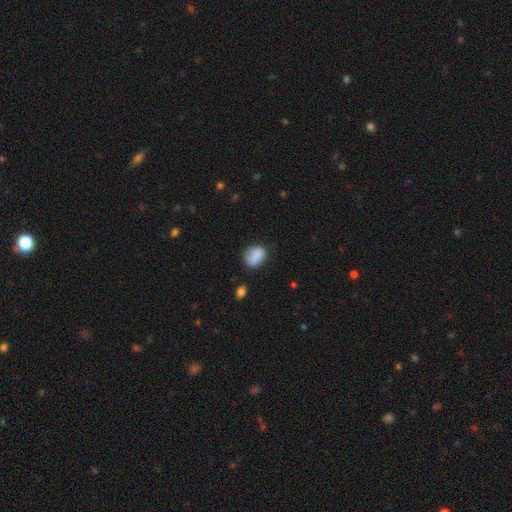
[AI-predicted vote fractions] smooth_or_featured: smooth (p=0.87) [alt: star or artifact p=0.08]
how_rounded: in between (p=0.63) [alt: round p=0.36]
merging: none (p=0.70) [alt: minor disturbance p=0.22]